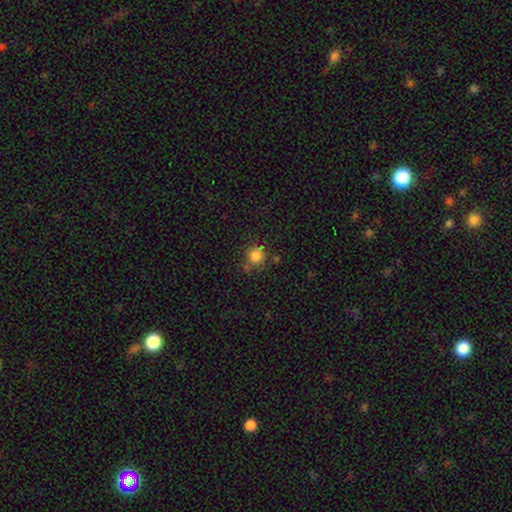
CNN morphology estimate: This is clearly a smooth galaxy (82%). How rounded: clearly round (91%). Merging: likely none (73%).